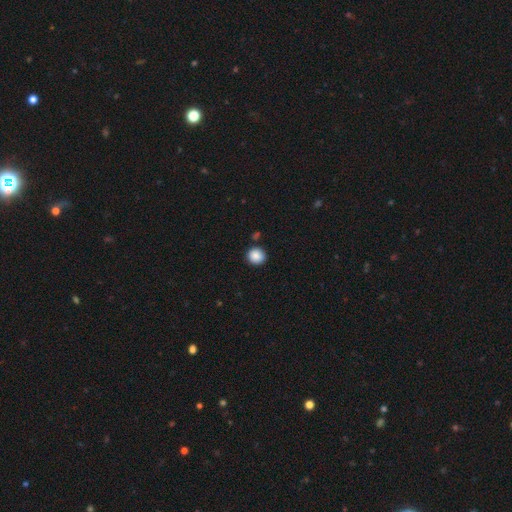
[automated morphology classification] Smooth or featured: smooth — 88% (star or artifact — 9%)
How rounded: round — 90% (in between — 9%)
Merging: none — 87% (minor disturbance — 8%)